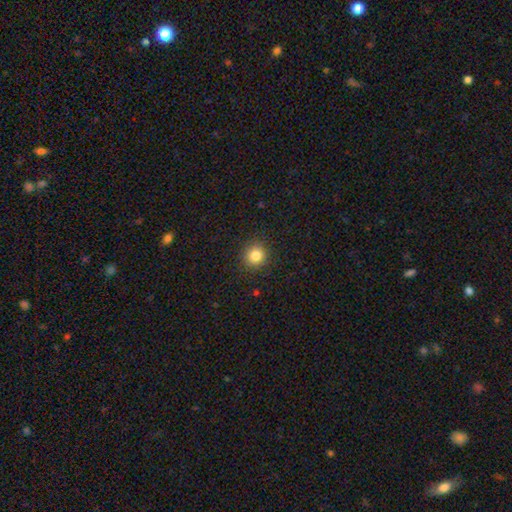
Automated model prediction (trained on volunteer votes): smooth-or-featured: smooth: 83% | star or artifact: 11% | featured or disk: 6%
  how-rounded: round: 91% | in between: 8% | cigar-shaped: 1%
  merging: none: 91% | minor disturbance: 6% | major disturbance: 2% | merger: 1%